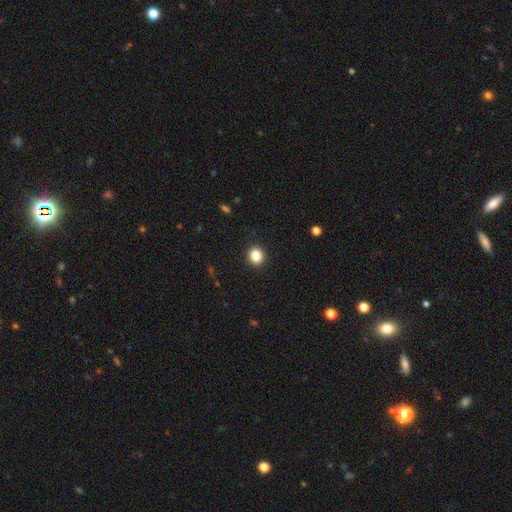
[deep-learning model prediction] Smooth or featured: smooth — 85% (star or artifact — 10%)
How rounded: round — 77% (in between — 22%)
Merging: none — 92% (minor disturbance — 5%)